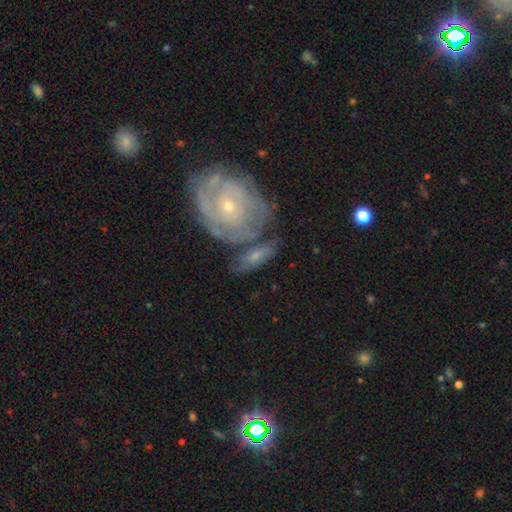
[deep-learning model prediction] Smooth or featured?
  - featured or disk: 56% *
  - smooth: 36%
  - star or artifact: 8%
Edge-on disk?
  - no: 88% *
  - yes: 12%
Merging?
  - none: 53% *
  - merger: 20%
  - minor disturbance: 18%
  - major disturbance: 8%